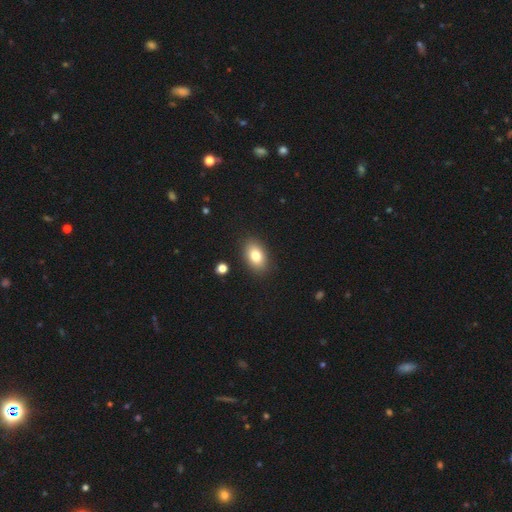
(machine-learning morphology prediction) This is clearly a smooth galaxy (81%). How rounded: clearly in between (86%). Merging: clearly none (87%).